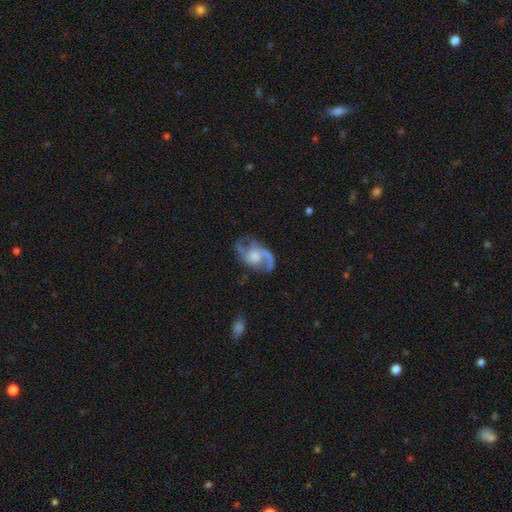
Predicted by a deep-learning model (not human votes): featured or disk 83%, smooth 10%, star or artifact 6%. Down the decision tree: edge-on disk — no (97%); bar — no (60%); spiral arms — yes (94%); spiral arm count — 2 (79%); spiral winding — medium (45%); bulge size — moderate (34%); merging — none (62%).